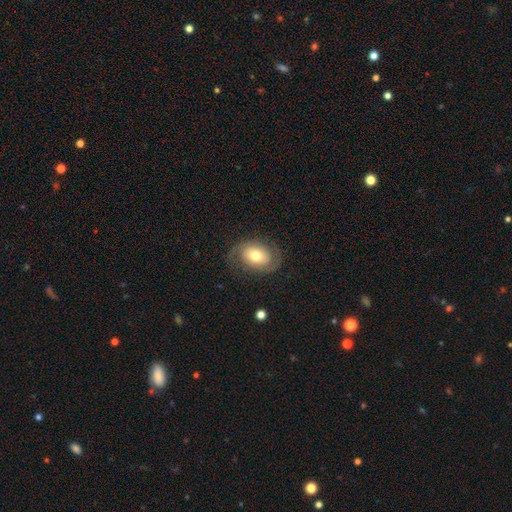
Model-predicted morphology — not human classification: smooth-or-featured: featured or disk: 64% | smooth: 29% | star or artifact: 7%
  disk-edge-on: no: 96% | yes: 4%
    bar: no: 69% | weak: 23% | strong: 8%
    has-spiral-arms: yes: 85% | no: 15%
      spiral-winding: medium: 43% | tight: 32% | loose: 25%
      spiral-arm-count: 2: 84% | can't tell: 8% | 1: 5% | 3: 1% | 4: 1% | more than 4: 1%
    bulge-size: moderate: 66% | small: 20% | large: 11% | dominant: 2% | none: 1%
  merging: none: 74% | minor disturbance: 15% | major disturbance: 9% | merger: 1%